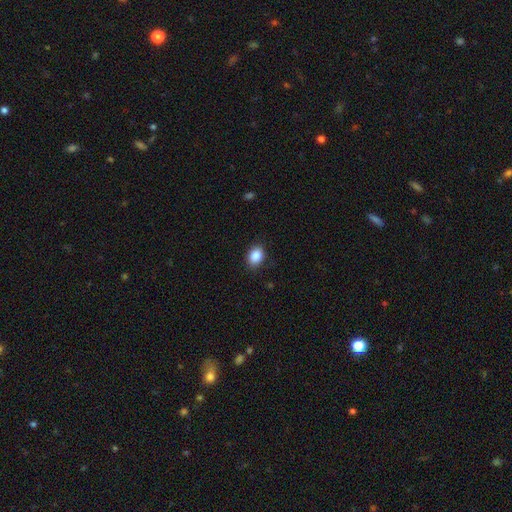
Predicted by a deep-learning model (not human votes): Morphology: type=smooth (88%); roundness=in between (67%); merging=none (85%).